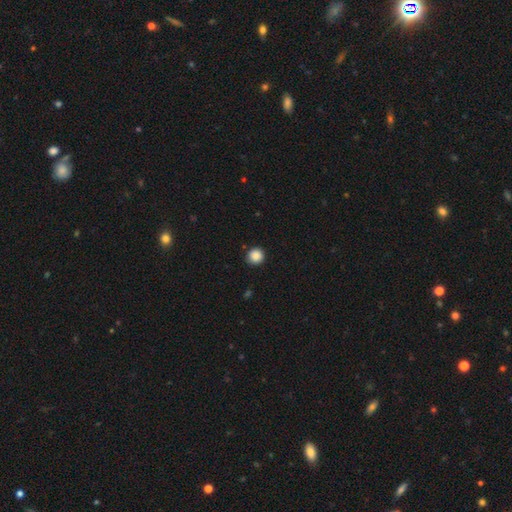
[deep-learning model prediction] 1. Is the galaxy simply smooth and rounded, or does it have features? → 88% smooth, 10% star or artifact, 3% featured or disk.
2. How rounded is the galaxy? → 94% round, 5% in between, 1% cigar-shaped.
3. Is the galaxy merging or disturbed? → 90% none, 7% minor disturbance, 2% major disturbance, 1% merger.